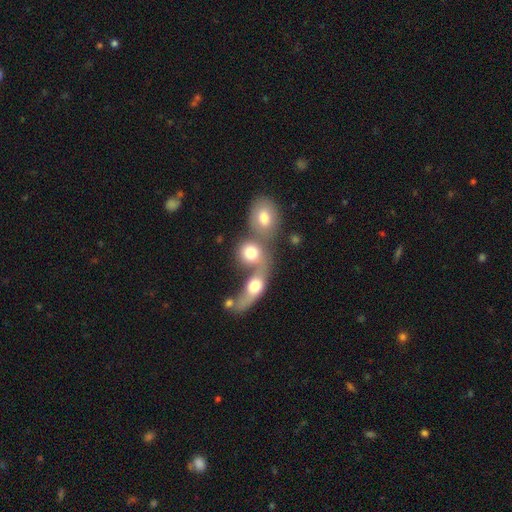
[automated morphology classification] Smooth or featured?
  - featured or disk: 37% *
  - smooth: 36%
  - star or artifact: 28%
Merging?
  - merger: 54% *
  - none: 29%
  - minor disturbance: 9%
  - major disturbance: 8%